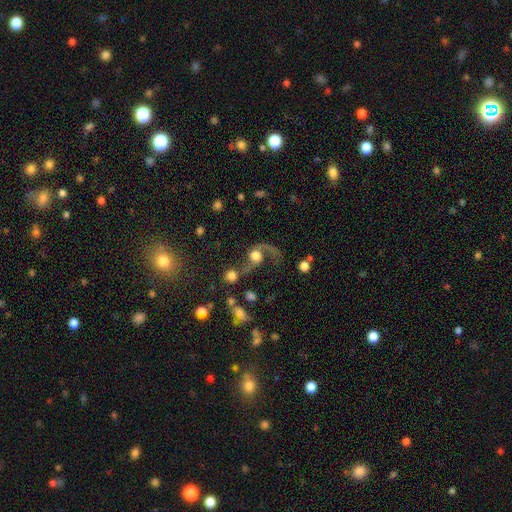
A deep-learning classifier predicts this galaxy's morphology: The model was most divided on "bulge size": large: 42%, moderate: 36%, dominant: 9%, small: 8%, none: 4%. Remaining: edge-on disk — no (96%); spiral arms — yes (89%); spiral winding — loose (83%); spiral arm count — 2 (75%); bar — no (71%); smooth or featured — featured or disk (68%); merging — none (37%).